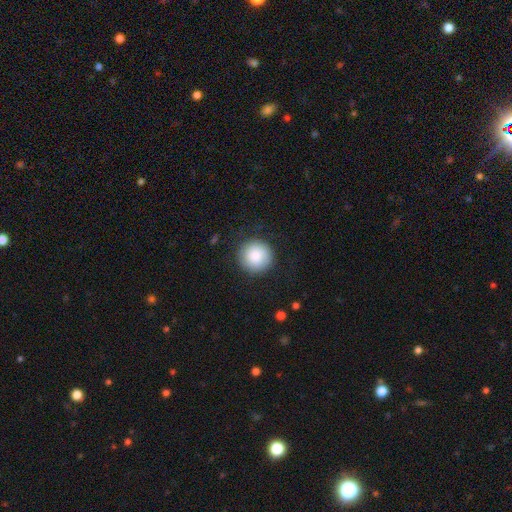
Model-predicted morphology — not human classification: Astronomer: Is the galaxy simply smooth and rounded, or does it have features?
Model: smooth — 86%.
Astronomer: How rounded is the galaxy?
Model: round — 95%.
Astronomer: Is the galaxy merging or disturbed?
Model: none — 86%.